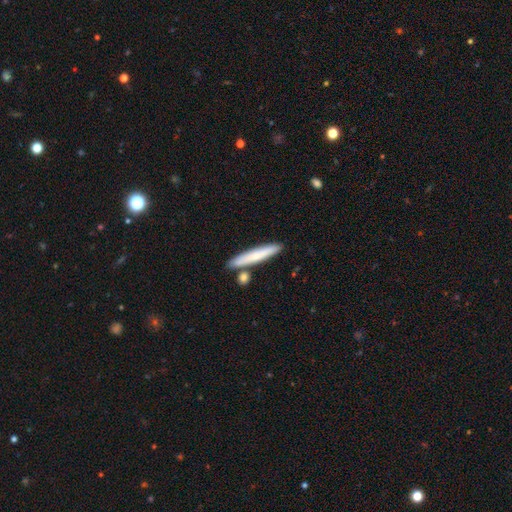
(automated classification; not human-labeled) smooth-or-featured: smooth: 69% | featured or disk: 25% | star or artifact: 6%
  how-rounded: cigar-shaped: 93% | in between: 5% | round: 1%
  merging: none: 79% | minor disturbance: 10% | merger: 9% | major disturbance: 2%